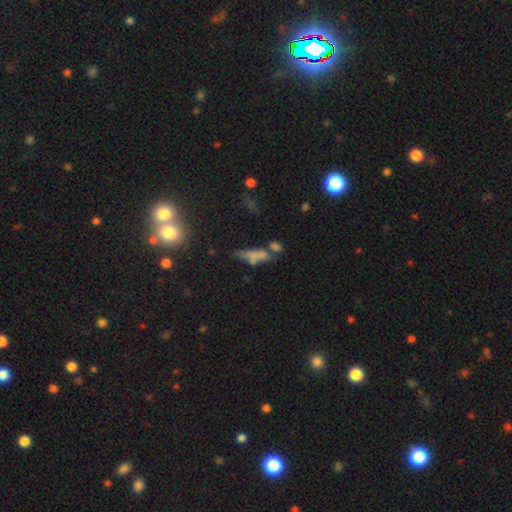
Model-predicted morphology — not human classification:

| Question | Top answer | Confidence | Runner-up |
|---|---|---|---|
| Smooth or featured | smooth | 56% | featured or disk (26%) |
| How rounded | cigar-shaped | 56% | in between (39%) |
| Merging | none | 36% | merger (30%) |